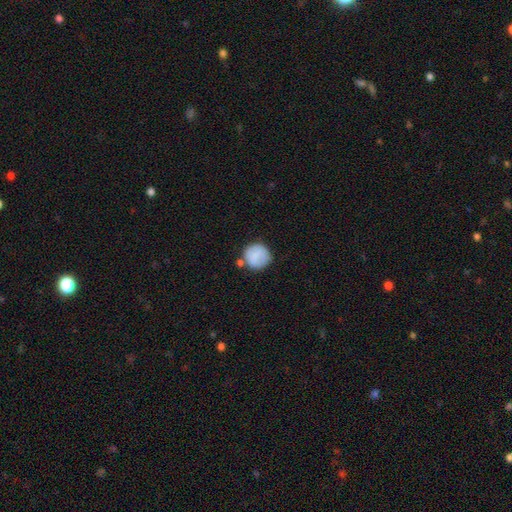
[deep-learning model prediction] This is likely a smooth galaxy (80%). How rounded: clearly round (92%). Merging: likely none (69%).